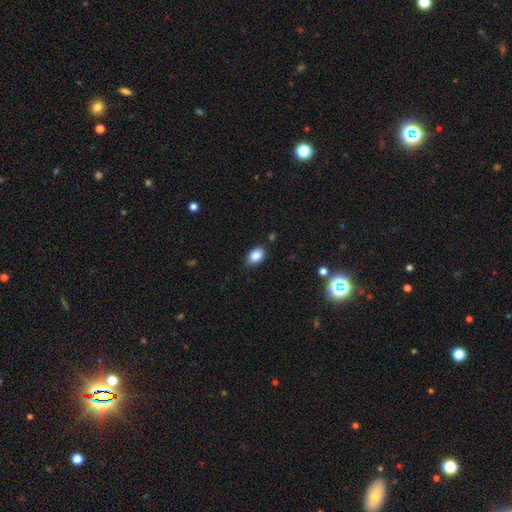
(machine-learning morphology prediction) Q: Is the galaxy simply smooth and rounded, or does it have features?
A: smooth — 85%.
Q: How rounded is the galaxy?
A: in between — 84%.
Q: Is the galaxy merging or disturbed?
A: none — 79%.